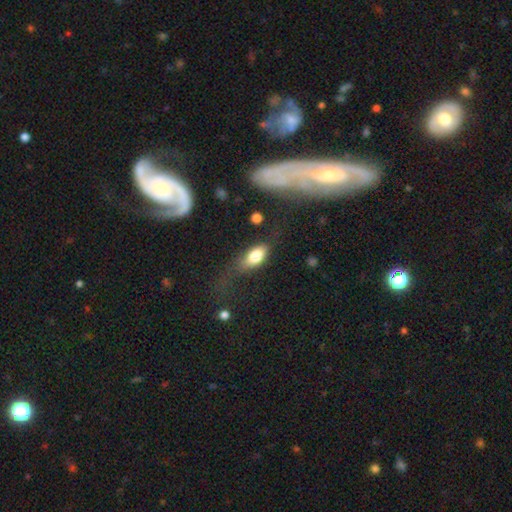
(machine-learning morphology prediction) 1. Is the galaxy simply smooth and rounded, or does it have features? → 77% smooth, 15% featured or disk, 7% star or artifact.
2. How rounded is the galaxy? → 86% in between, 9% cigar-shaped, 5% round.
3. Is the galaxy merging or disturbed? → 50% none, 25% minor disturbance, 21% major disturbance, 4% merger.